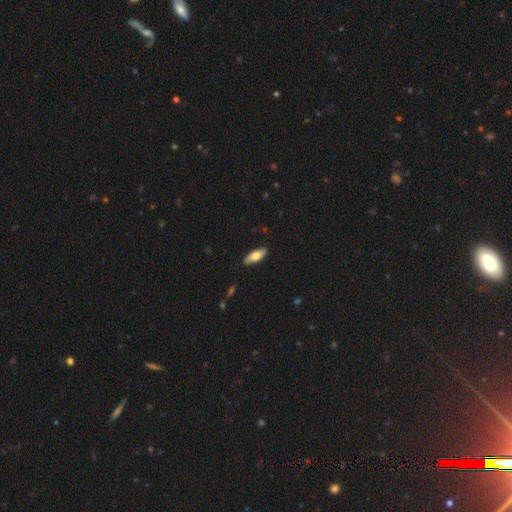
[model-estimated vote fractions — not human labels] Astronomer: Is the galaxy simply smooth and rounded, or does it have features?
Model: smooth — 70%.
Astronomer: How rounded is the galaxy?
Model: in between — 67%.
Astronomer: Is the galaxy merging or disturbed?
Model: none — 86%.